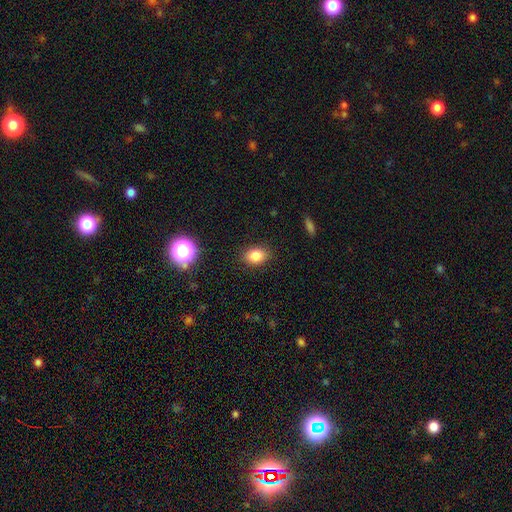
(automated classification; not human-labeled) Smooth or featured? Predicted: smooth (p=0.83). How rounded? Predicted: in between (p=0.72). Merging? Predicted: none (p=0.86).